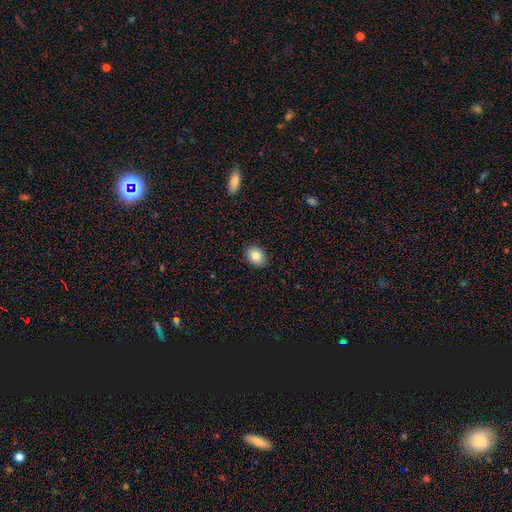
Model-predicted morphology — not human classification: Smooth or featured? smooth (85%)
How rounded? in between (65%)
Merging? none (89%)